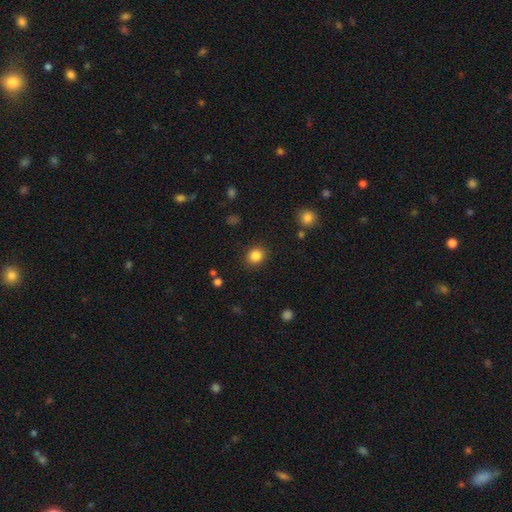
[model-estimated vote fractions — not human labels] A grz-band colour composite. It shows a smooth galaxy with no disk features (85%) that is round (76%). Merging: none (89%).